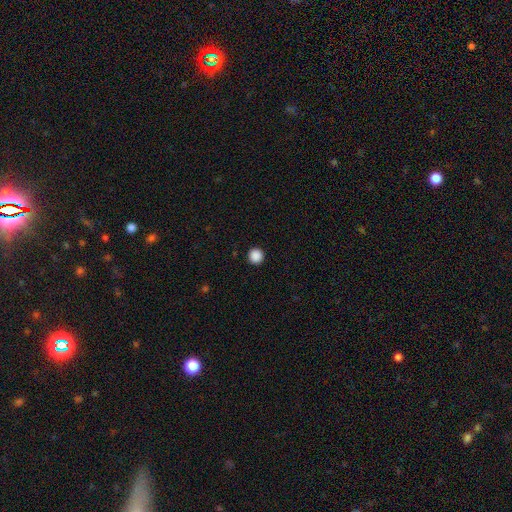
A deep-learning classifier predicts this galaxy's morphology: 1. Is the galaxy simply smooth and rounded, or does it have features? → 89% smooth, 9% star or artifact, 2% featured or disk.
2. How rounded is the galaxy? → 96% round, 3% in between, 1% cigar-shaped.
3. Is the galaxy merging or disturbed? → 94% none, 4% minor disturbance, 2% major disturbance, 1% merger.